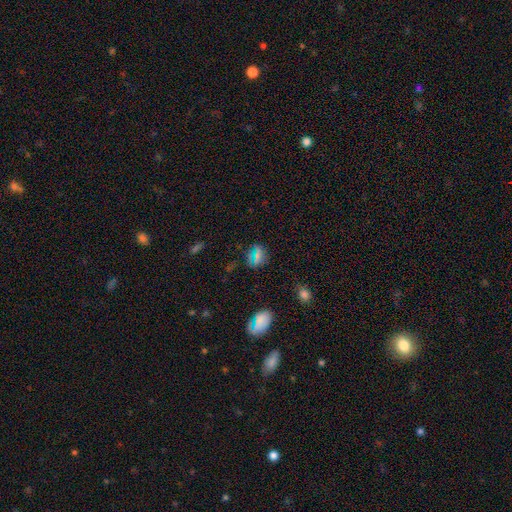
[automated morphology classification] smooth 54%, star or artifact 35%, featured or disk 11%. Down the decision tree: how rounded — round (50%); merging — none (80%).